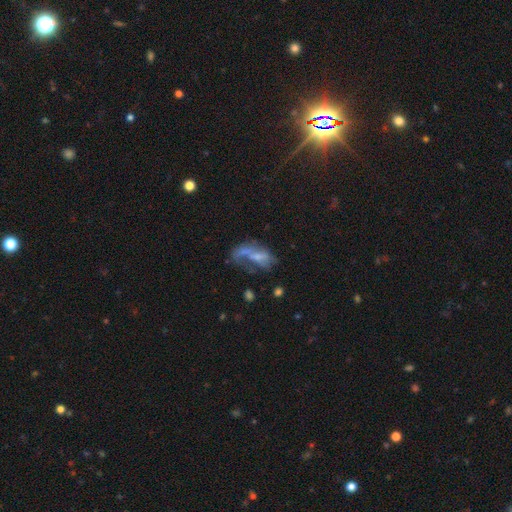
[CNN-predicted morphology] Q: Smooth or featured?
A: featured or disk (57%); runner-up: smooth (30%)
Q: Edge-on disk?
A: no (92%); runner-up: yes (8%)
Q: Bar?
A: no (59%); runner-up: weak (30%)
Q: Spiral arms?
A: no (50%); tied with: yes (50%)
Q: Bulge size?
A: small (50%); runner-up: none (23%)
Q: Merging?
A: major disturbance (41%); runner-up: none (28%)